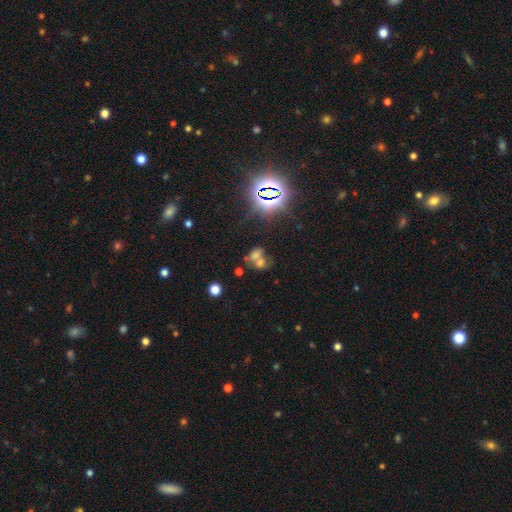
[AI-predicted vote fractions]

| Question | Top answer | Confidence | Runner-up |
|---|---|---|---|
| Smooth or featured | star or artifact | 39% | smooth (38%) |